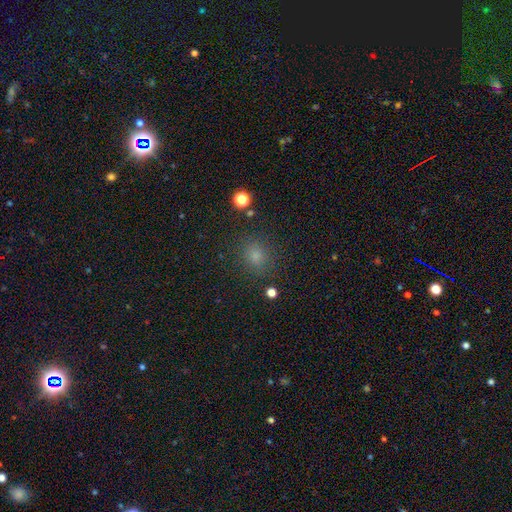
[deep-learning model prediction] Smooth or featured?
  - smooth: 75% *
  - star or artifact: 20%
  - featured or disk: 6%
How rounded?
  - round: 77% *
  - in between: 22%
  - cigar-shaped: 1%
Merging?
  - none: 85% *
  - minor disturbance: 9%
  - major disturbance: 3%
  - merger: 2%